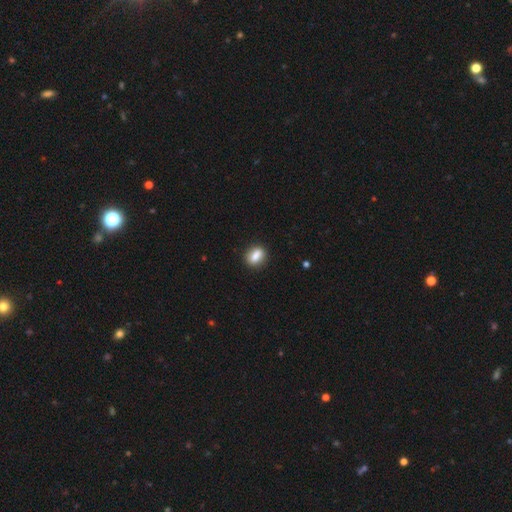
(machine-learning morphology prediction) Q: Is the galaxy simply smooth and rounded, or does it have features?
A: smooth — 79%.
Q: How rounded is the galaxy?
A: in between — 63%.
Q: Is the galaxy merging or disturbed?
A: none — 85%.